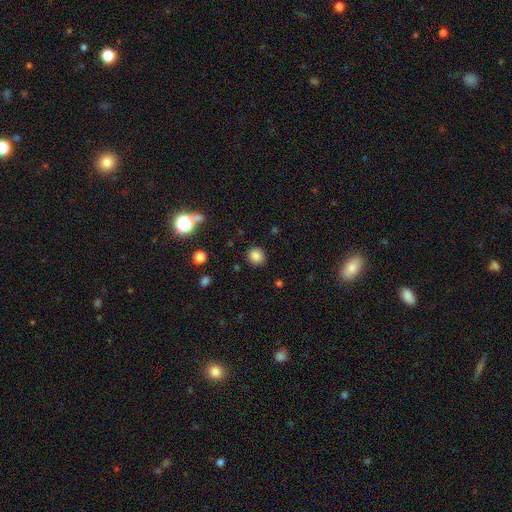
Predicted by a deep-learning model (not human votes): smooth 83%, star or artifact 12%, featured or disk 5%. Down the decision tree: how rounded — round (88%); merging — none (89%).